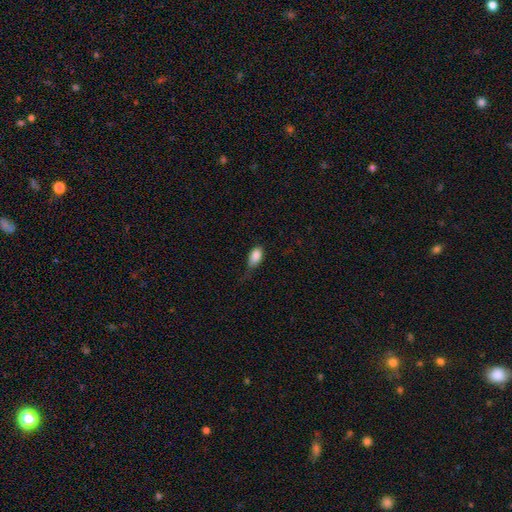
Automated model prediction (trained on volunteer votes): This appears to be a smooth galaxy with no disk features (86%) that is in between round and cigar-shaped (91%). Merging: none (41%).